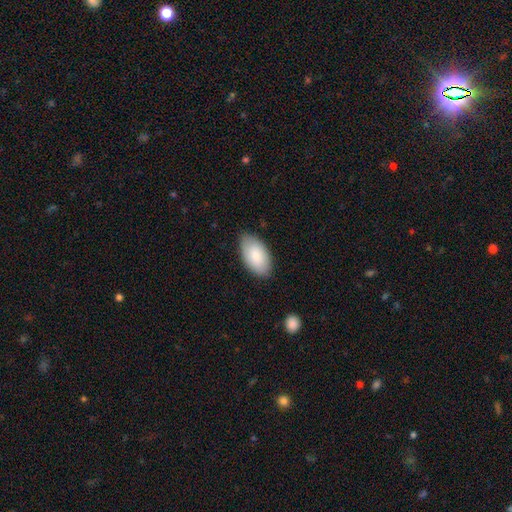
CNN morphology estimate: The model was most divided on "merging": none: 83%, minor disturbance: 14%, major disturbance: 2%, merger: 1%. More confident: how rounded — in between (96%); smooth or featured — smooth (84%).